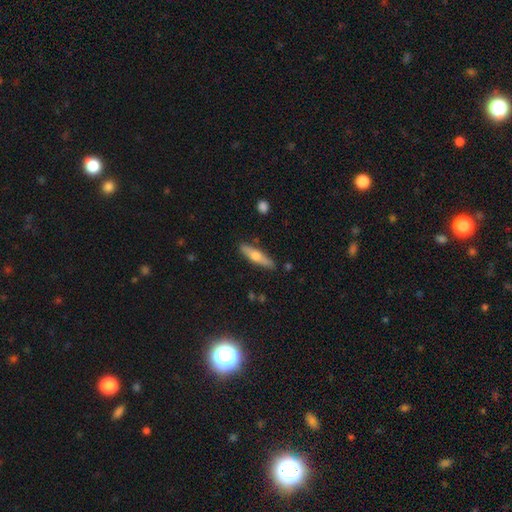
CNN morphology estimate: type=smooth (51%); roundness=cigar-shaped (76%); merging=none (86%).